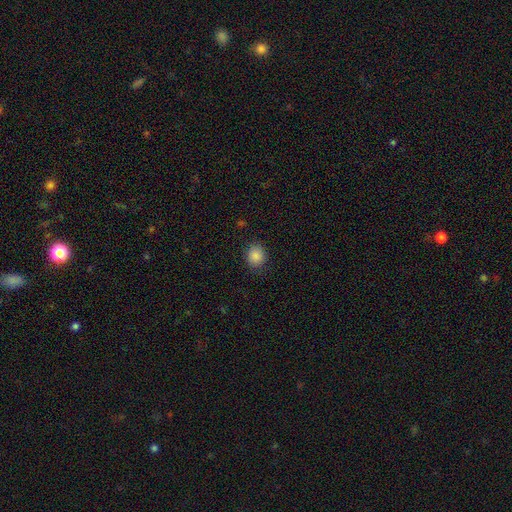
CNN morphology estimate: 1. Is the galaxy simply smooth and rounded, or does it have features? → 87% smooth, 9% star or artifact, 4% featured or disk.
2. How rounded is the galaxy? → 68% round, 31% in between, 1% cigar-shaped.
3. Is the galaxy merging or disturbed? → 84% none, 11% minor disturbance, 3% major disturbance, 1% merger.